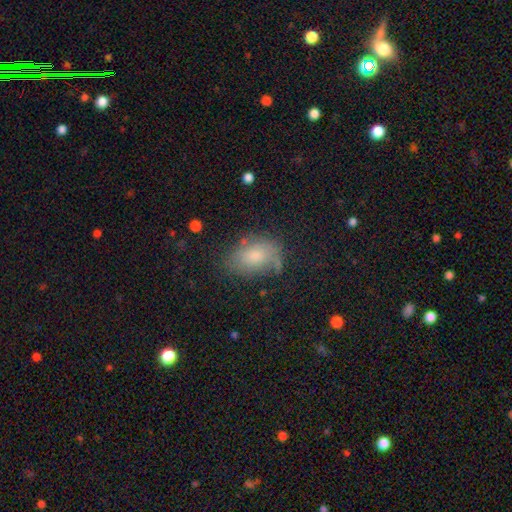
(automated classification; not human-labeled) Q: Smooth or featured?
A: smooth (69%); runner-up: featured or disk (21%)
Q: How rounded?
A: in between (86%); runner-up: round (12%)
Q: Merging?
A: none (58%); runner-up: minor disturbance (27%)